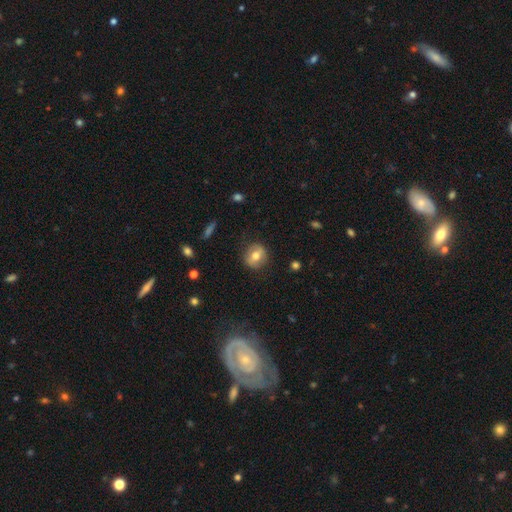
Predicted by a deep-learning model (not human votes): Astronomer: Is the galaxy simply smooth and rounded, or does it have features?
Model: smooth — 59%.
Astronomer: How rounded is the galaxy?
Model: round — 75%.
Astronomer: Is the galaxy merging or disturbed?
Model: none — 84%.